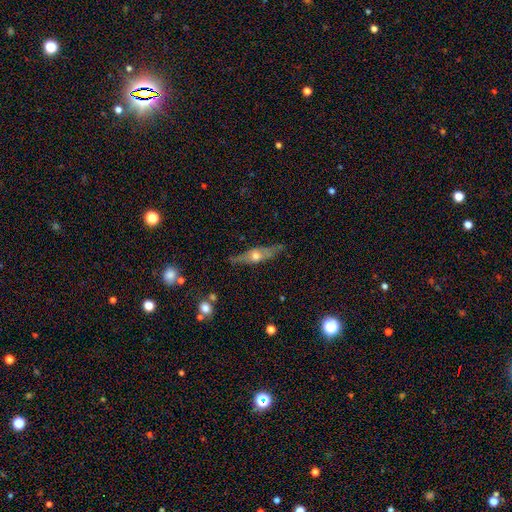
Morphology: type=featured or disk (76%); edge-on=yes (89%); edge-on bulge=rounded (92%); merging=none (78%).